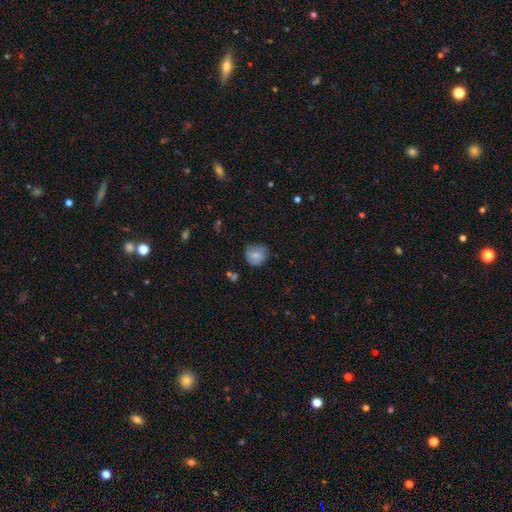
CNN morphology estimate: This is likely a smooth galaxy (73%). How rounded: clearly round (81%). Merging: likely none (70%).